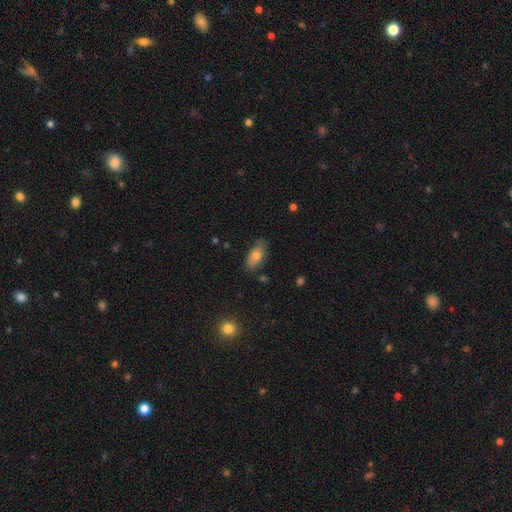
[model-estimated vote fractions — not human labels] A smooth galaxy with no disk features (76%) that is in between round and cigar-shaped (88%). Merging: none (72%).